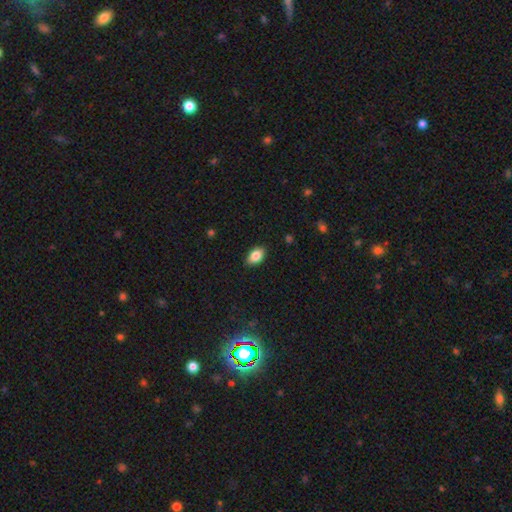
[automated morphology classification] Smooth or featured? smooth (85%)
How rounded? in between (89%)
Merging? none (86%)